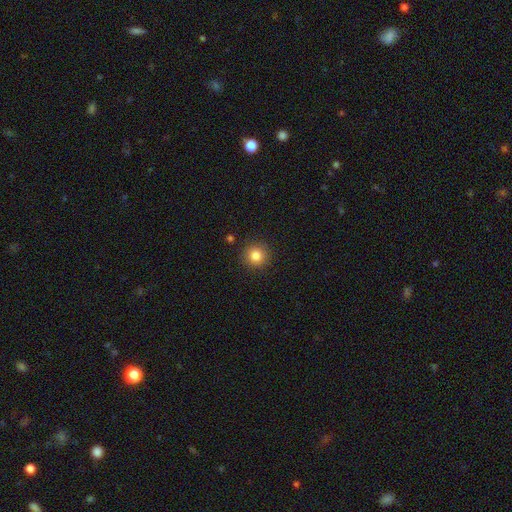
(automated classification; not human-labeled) smooth-or-featured: smooth: 83% | star or artifact: 11% | featured or disk: 6%
  how-rounded: round: 94% | in between: 5% | cigar-shaped: 1%
  merging: none: 91% | minor disturbance: 6% | major disturbance: 2% | merger: 1%